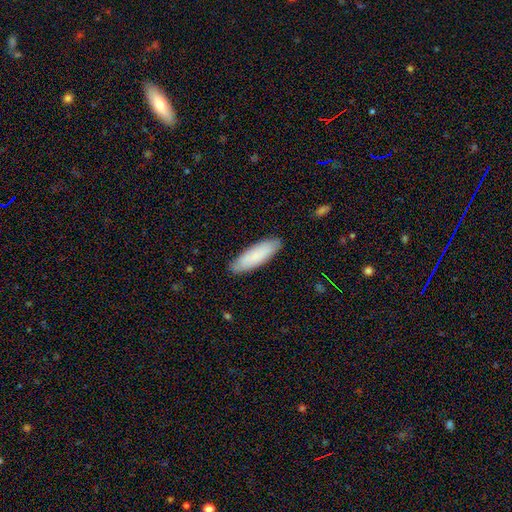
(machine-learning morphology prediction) Q: Smooth or featured?
A: smooth (84%); runner-up: featured or disk (11%)
Q: How rounded?
A: cigar-shaped (51%); runner-up: in between (48%)
Q: Merging?
A: none (88%); runner-up: minor disturbance (10%)